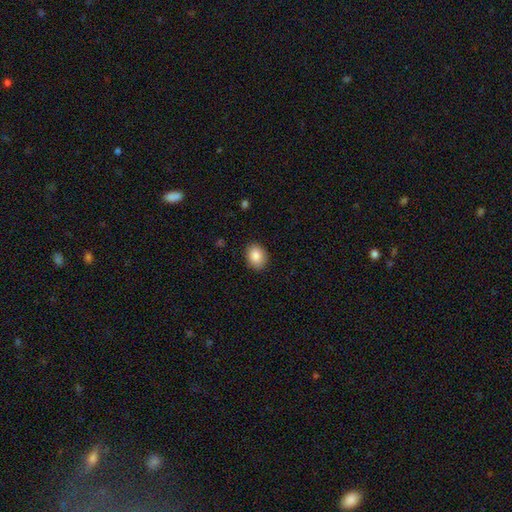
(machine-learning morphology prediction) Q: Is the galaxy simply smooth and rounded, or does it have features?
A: smooth — 87%.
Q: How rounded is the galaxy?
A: in between — 65%.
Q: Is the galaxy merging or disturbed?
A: none — 89%.